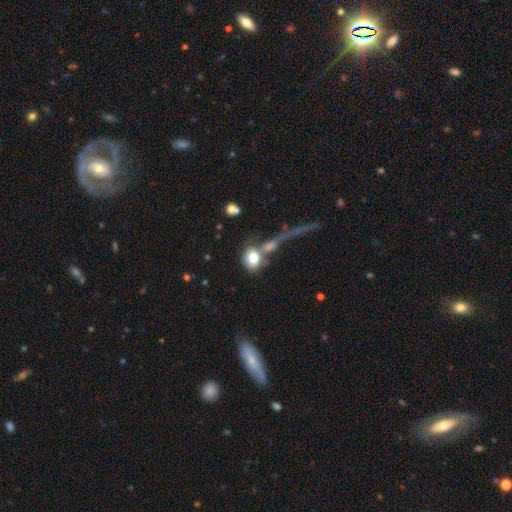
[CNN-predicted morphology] A smooth galaxy with no disk features (67%) that is round (64%).

Vote fractions:
- Smooth or featured? smooth: 67% / featured or disk: 18% / star or artifact: 15%
- How rounded? round: 64% / in between: 30% / cigar-shaped: 6%
- Merging? none: 46% / merger: 31% / major disturbance: 12% / minor disturbance: 12%